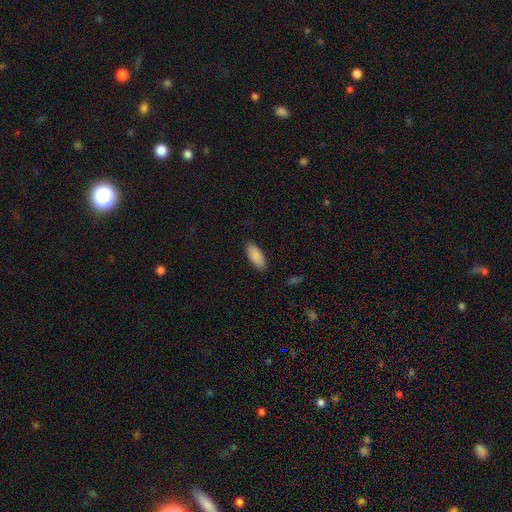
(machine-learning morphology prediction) smooth_or_featured: smooth (p=0.90) [alt: star or artifact p=0.06]
how_rounded: in between (p=0.87) [alt: cigar-shaped p=0.11]
merging: none (p=0.88) [alt: minor disturbance p=0.09]